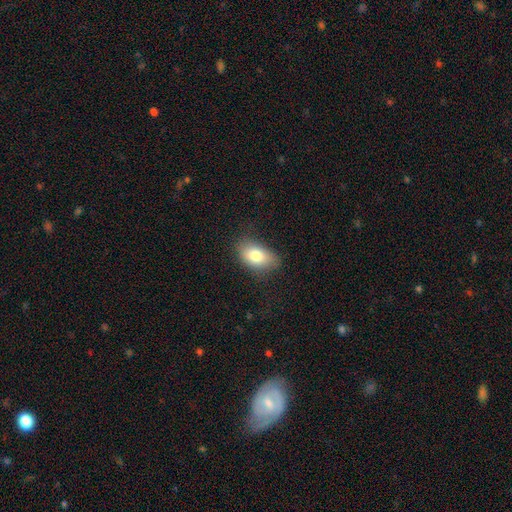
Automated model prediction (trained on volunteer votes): A smooth galaxy with no disk features (79%) that is in between round and cigar-shaped (90%).

Vote fractions:
- Smooth or featured? smooth: 79% / featured or disk: 13% / star or artifact: 8%
- How rounded? in between: 90% / round: 8% / cigar-shaped: 2%
- Merging? none: 76% / minor disturbance: 18% / major disturbance: 5% / merger: 1%